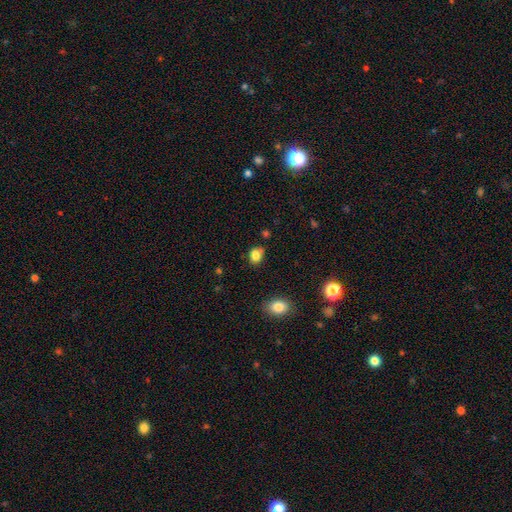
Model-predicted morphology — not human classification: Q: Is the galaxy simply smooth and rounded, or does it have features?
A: smooth — 82%.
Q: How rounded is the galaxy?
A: in between — 57%.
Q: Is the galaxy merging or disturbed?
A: none — 61%.